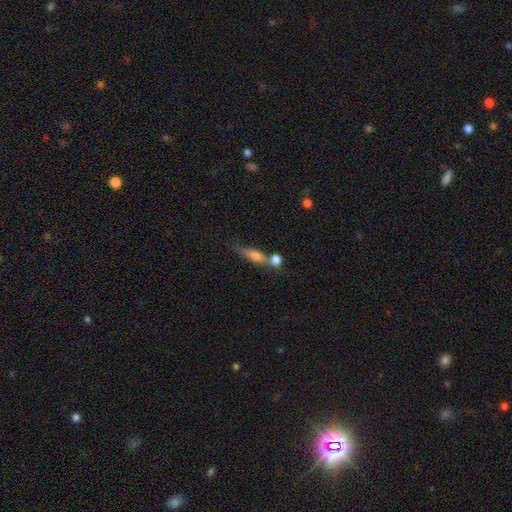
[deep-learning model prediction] Overall: smooth (48%; featured or disk 38%). Merging: none (54%; merger 24%).